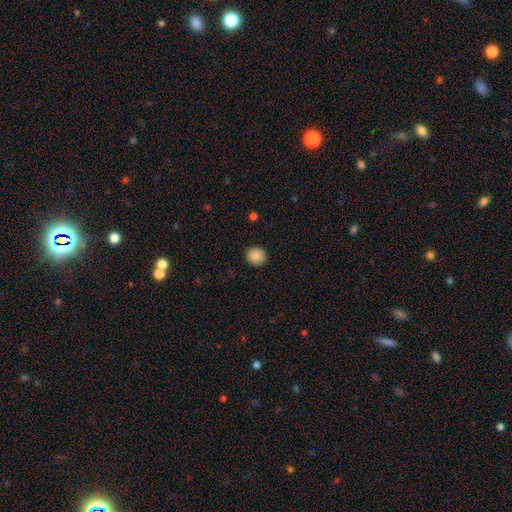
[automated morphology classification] Q: Smooth or featured?
A: smooth (89%); runner-up: star or artifact (9%)
Q: How rounded?
A: round (88%); runner-up: in between (11%)
Q: Merging?
A: none (91%); runner-up: minor disturbance (6%)